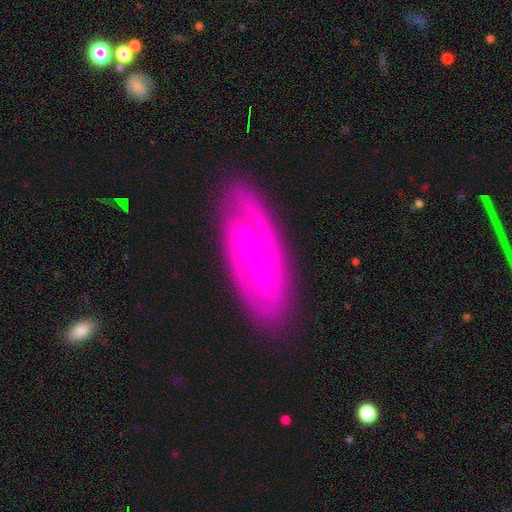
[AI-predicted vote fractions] This is clearly a featured or disk galaxy (88%). It is clearly not viewed edge-on (92%). Bar: marginally weak (40%). Spiral arm pattern: clearly yes (96%). Spiral arm count: likely 2 (72%). Spiral winding: possibly medium (45%). Central bulge: clearly small (84%). Merging: clearly none (83%).